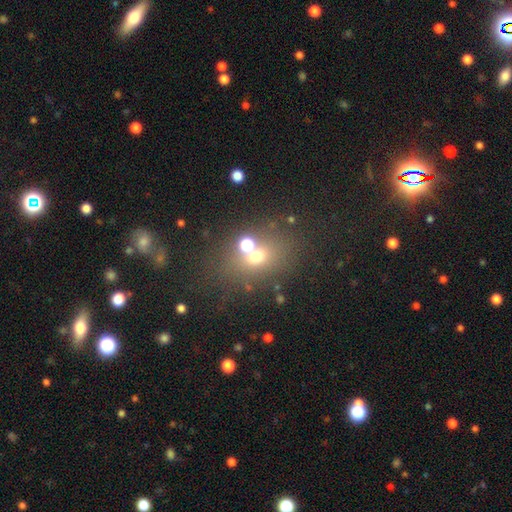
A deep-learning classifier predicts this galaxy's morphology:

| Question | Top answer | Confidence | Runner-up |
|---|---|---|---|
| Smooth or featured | smooth | 58% | star or artifact (26%) |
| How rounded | round | 61% | in between (37%) |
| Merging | none | 57% | merger (25%) |